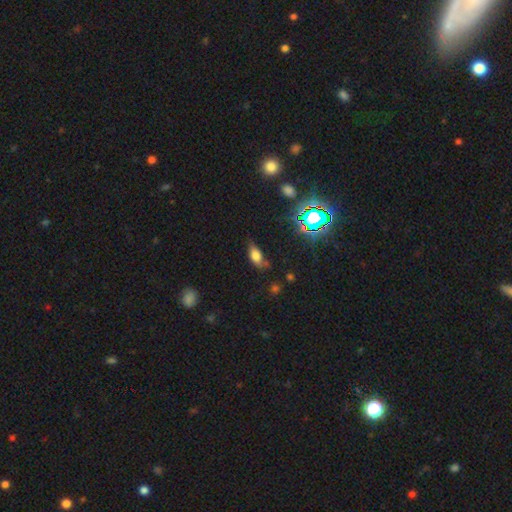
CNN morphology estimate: Smooth or featured? Predicted: smooth (p=0.63). How rounded? Predicted: in between (p=0.81). Merging? Predicted: none (p=0.51).